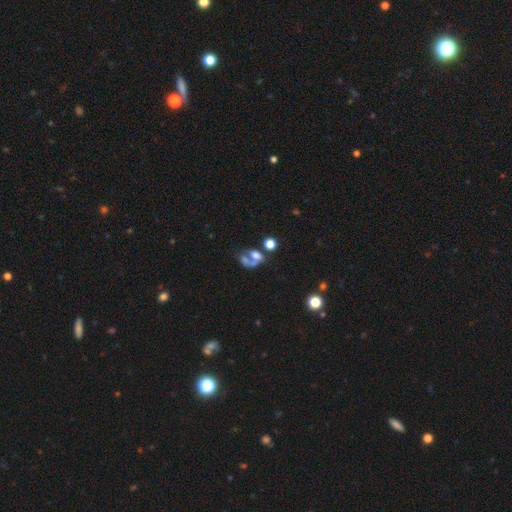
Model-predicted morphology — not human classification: smooth_or_featured: smooth (p=0.48) [alt: featured or disk p=0.34]
merging: merger (p=0.49) [alt: none p=0.22]